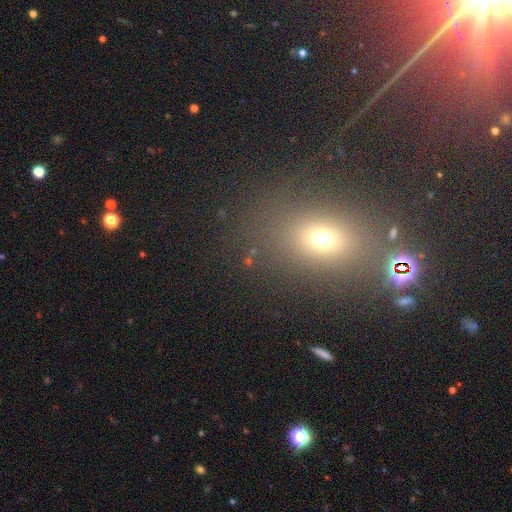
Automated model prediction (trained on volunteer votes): A smooth galaxy with no disk features (45%). Merging: none (80%).